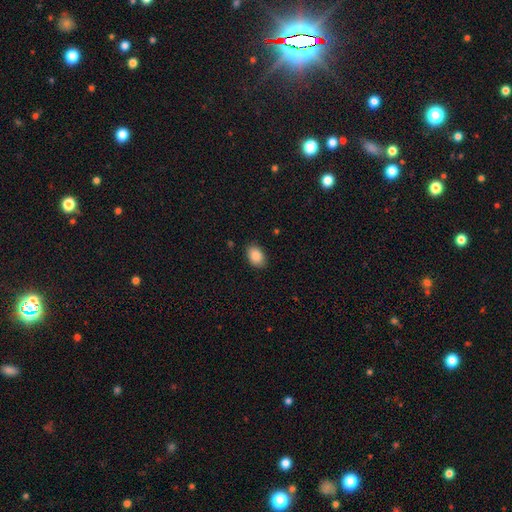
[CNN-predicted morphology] This appears to be a smooth galaxy with no disk features (89%) that is in between round and cigar-shaped (84%). Merging: none (87%).